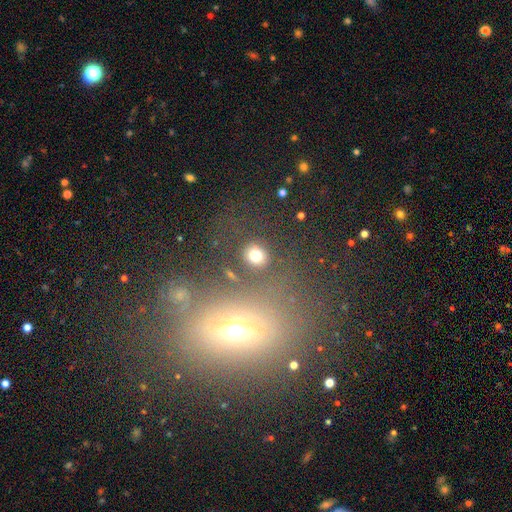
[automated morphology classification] A smooth galaxy with no disk features (76%) that is round (70%). Merging: none (80%).